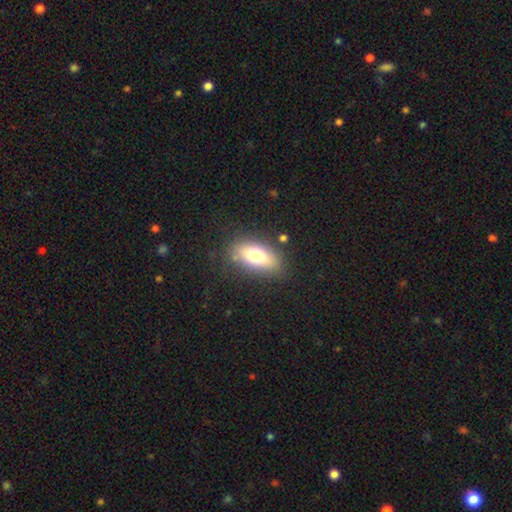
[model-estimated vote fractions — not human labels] The model was most divided on "smooth or featured": smooth: 71%, featured or disk: 20%, star or artifact: 9%. More confident: how rounded — in between (84%); merging — none (79%).